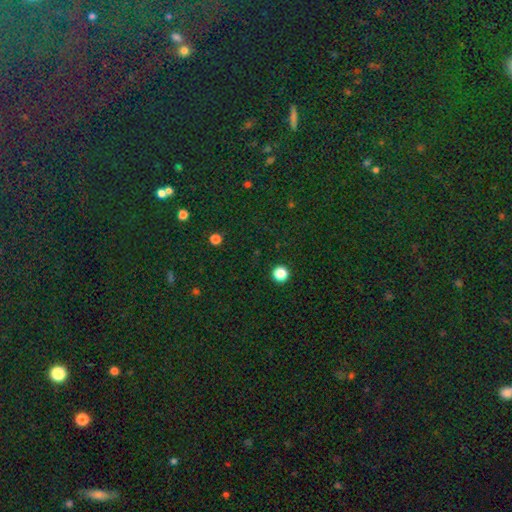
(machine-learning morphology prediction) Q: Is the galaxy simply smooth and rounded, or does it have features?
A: star or artifact — 77%.